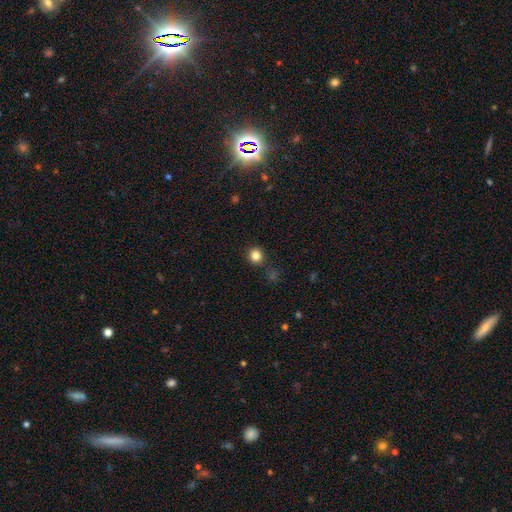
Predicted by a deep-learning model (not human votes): smooth_or_featured: smooth (p=0.83) [alt: star or artifact p=0.13]
how_rounded: round (p=0.90) [alt: in between p=0.09]
merging: none (p=0.88) [alt: minor disturbance p=0.07]